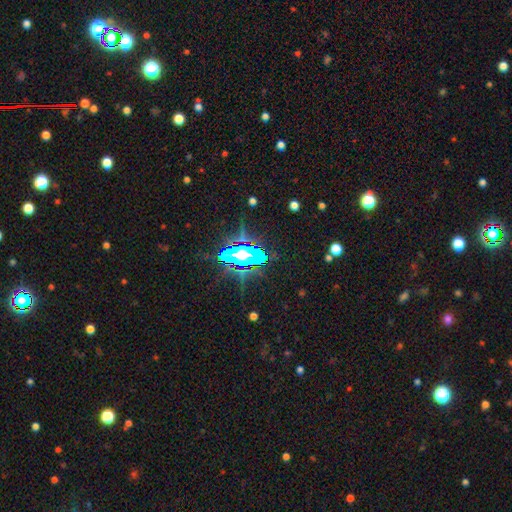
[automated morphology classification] This appears to be a star or artifact, not a galaxy (67%).